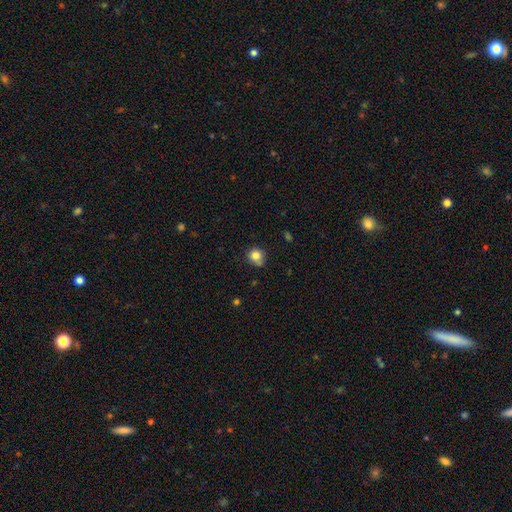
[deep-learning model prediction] This appears to be a smooth galaxy with no disk features (81%) that is round (84%). Merging: none (65%).